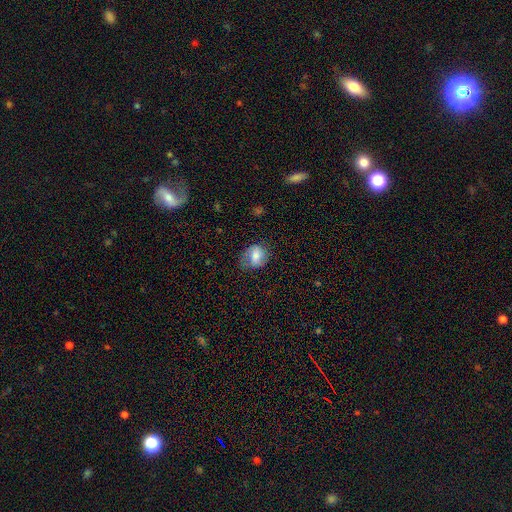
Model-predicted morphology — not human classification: Smooth or featured?
  - smooth: 62% *
  - featured or disk: 30%
  - star or artifact: 8%
How rounded?
  - in between: 52% *
  - round: 46%
  - cigar-shaped: 1%
Merging?
  - none: 63% *
  - minor disturbance: 25%
  - major disturbance: 11%
  - merger: 1%